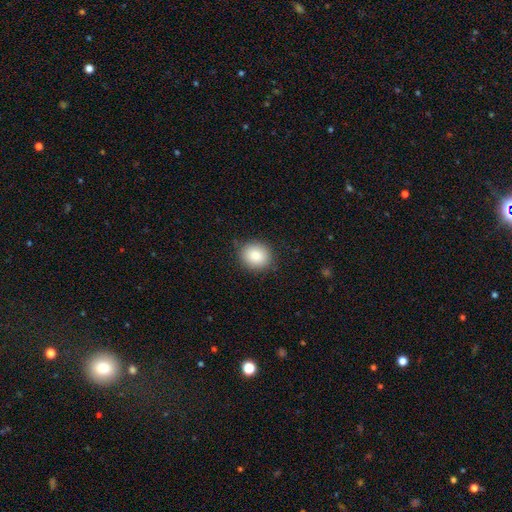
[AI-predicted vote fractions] Q: Smooth or featured?
A: smooth (86%); runner-up: star or artifact (8%)
Q: How rounded?
A: round (74%); runner-up: in between (25%)
Q: Merging?
A: none (86%); runner-up: minor disturbance (10%)